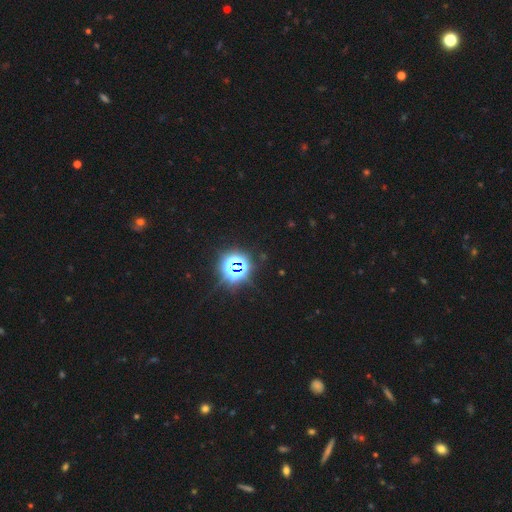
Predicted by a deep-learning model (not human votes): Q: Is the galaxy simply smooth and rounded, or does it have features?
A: star or artifact — 81%.